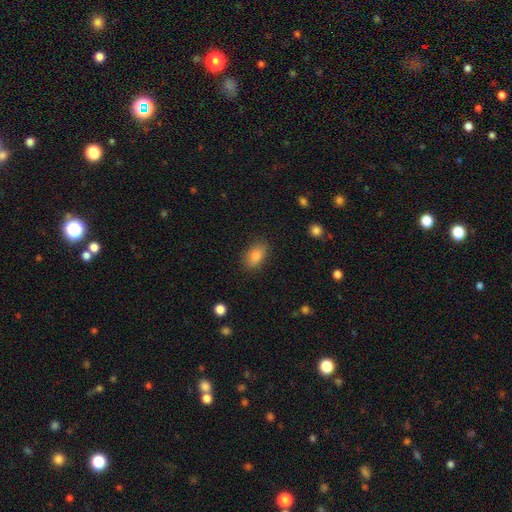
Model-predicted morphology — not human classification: Smooth or featured?
  - smooth: 85% *
  - star or artifact: 9%
  - featured or disk: 6%
How rounded?
  - in between: 89% *
  - round: 8%
  - cigar-shaped: 3%
Merging?
  - none: 86% *
  - minor disturbance: 10%
  - major disturbance: 3%
  - merger: 1%